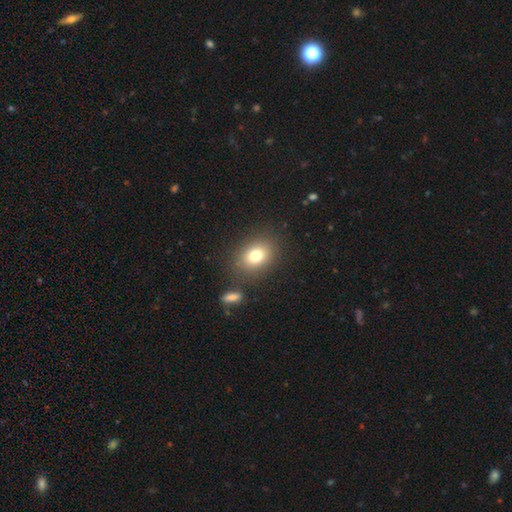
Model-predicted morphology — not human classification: Smooth or featured?
  - smooth: 77% *
  - star or artifact: 12%
  - featured or disk: 11%
How rounded?
  - in between: 59% *
  - round: 40%
  - cigar-shaped: 1%
Merging?
  - none: 81% *
  - minor disturbance: 10%
  - merger: 5%
  - major disturbance: 4%